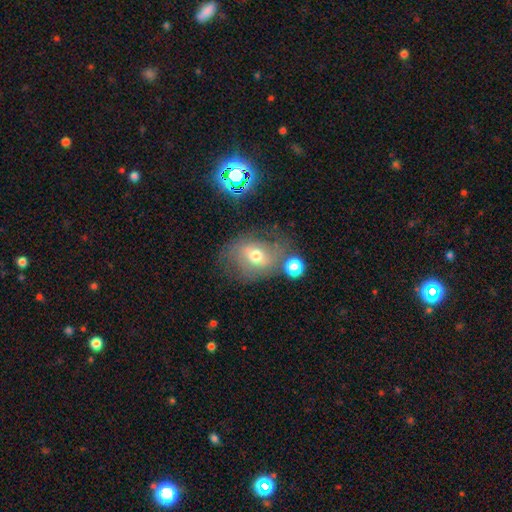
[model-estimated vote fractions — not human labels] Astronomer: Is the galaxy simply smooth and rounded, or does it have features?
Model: featured or disk — 43% (runner-up: smooth, 32%).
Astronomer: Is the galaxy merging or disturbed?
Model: none — 65%.